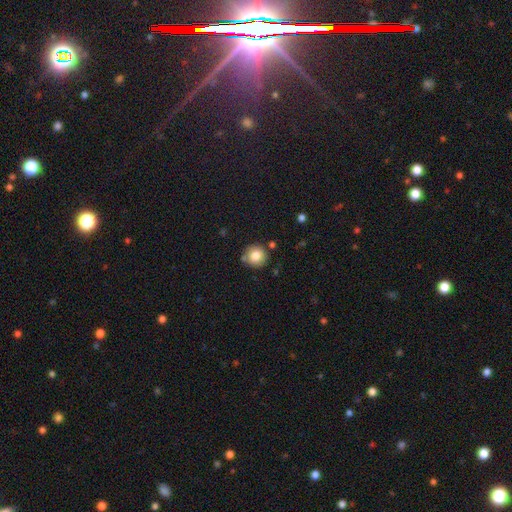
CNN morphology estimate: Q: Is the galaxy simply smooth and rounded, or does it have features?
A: smooth — 80%.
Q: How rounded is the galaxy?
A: round — 92%.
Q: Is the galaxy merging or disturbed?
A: none — 80%.